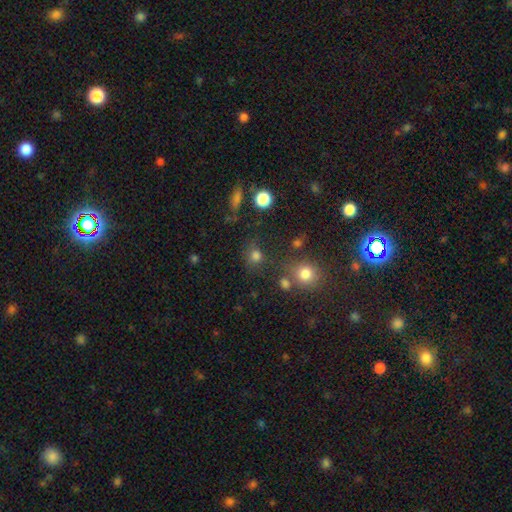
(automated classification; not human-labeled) This is likely a smooth galaxy (76%). How rounded: clearly round (82%). Merging: likely none (69%).